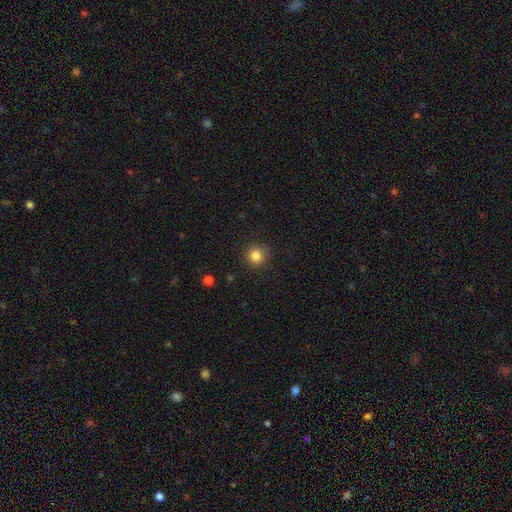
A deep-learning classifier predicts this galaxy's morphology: smooth-or-featured: smooth: 84% | star or artifact: 11% | featured or disk: 5%
  how-rounded: round: 94% | in between: 6% | cigar-shaped: 1%
  merging: none: 89% | minor disturbance: 7% | major disturbance: 2% | merger: 1%